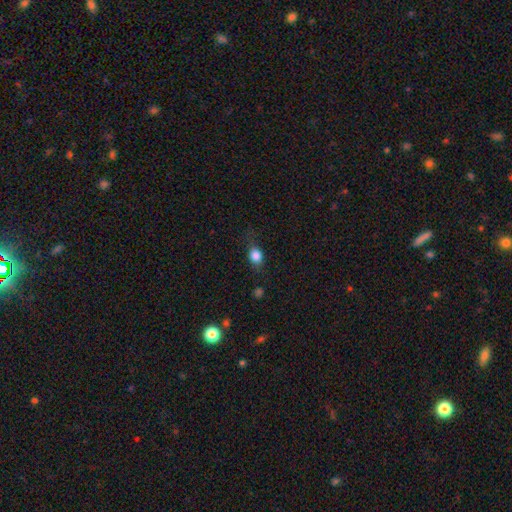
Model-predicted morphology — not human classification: Q: Smooth or featured?
A: smooth (81%); runner-up: star or artifact (10%)
Q: How rounded?
A: round (51%); runner-up: in between (47%)
Q: Merging?
A: none (69%); runner-up: minor disturbance (21%)